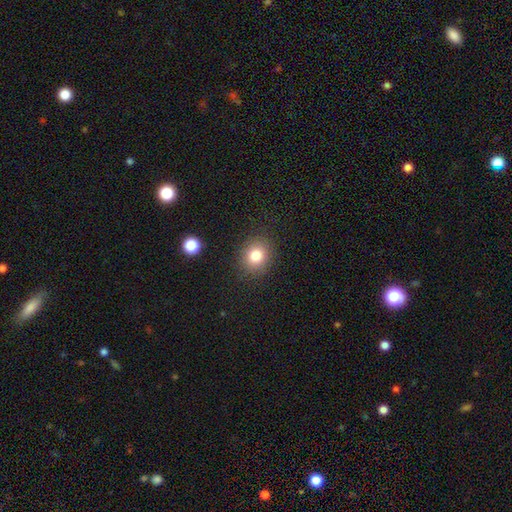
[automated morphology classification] Overall: smooth (80%). How rounded: round (74%). Merging: none (87%).